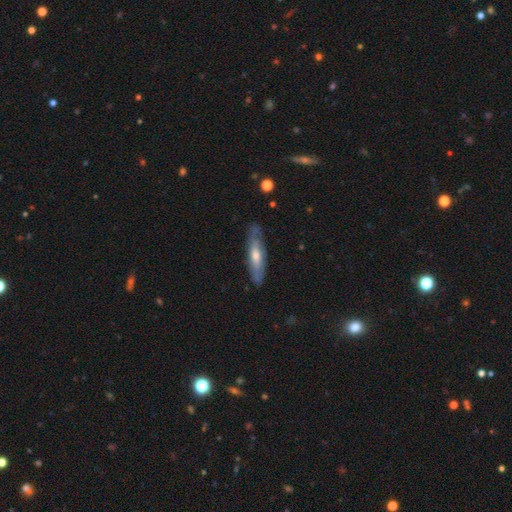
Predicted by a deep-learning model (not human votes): Smooth or featured?
  - featured or disk: 56% *
  - smooth: 38%
  - star or artifact: 6%
Edge-on disk?
  - yes: 54% *
  - no: 46%
Merging?
  - none: 81% *
  - minor disturbance: 15%
  - major disturbance: 3%
  - merger: 1%